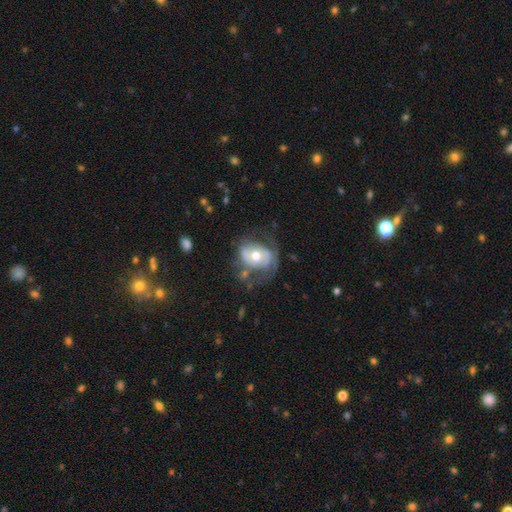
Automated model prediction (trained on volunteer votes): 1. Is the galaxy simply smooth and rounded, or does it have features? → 62% featured or disk, 32% smooth, 6% star or artifact.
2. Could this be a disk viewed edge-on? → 96% no, 4% yes.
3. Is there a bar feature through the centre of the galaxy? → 66% no, 24% weak, 10% strong.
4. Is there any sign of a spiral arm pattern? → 57% yes, 43% no.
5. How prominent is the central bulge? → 74% moderate, 13% small, 11% large, 1% dominant, 1% none.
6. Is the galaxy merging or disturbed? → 45% none, 26% major disturbance, 25% minor disturbance, 4% merger.